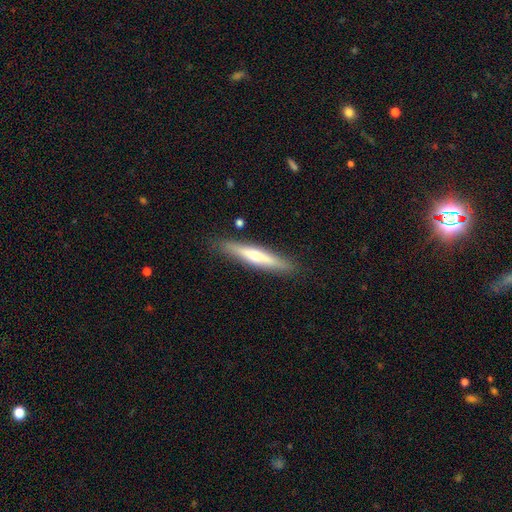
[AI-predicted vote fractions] smooth-or-featured: smooth: 50% | featured or disk: 45% | star or artifact: 6%
  merging: none: 88% | minor disturbance: 9% | major disturbance: 2% | merger: 2%